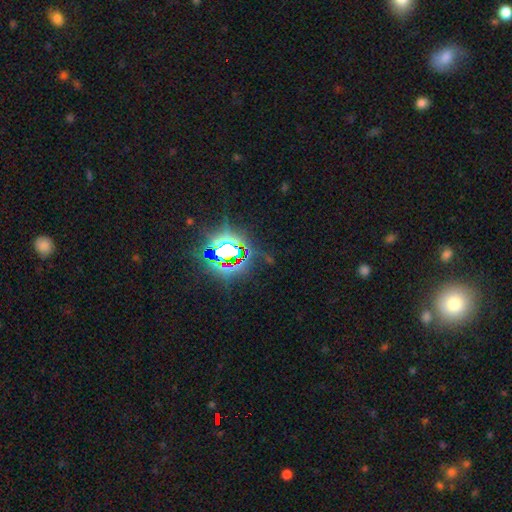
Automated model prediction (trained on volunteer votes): smooth-or-featured: star or artifact: 82% | smooth: 11% | featured or disk: 8%